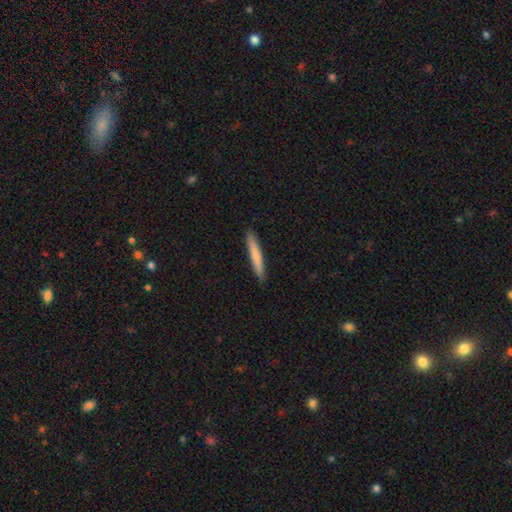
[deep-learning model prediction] Q: Smooth or featured?
A: smooth (77%); runner-up: featured or disk (18%)
Q: How rounded?
A: cigar-shaped (95%); runner-up: in between (4%)
Q: Merging?
A: none (91%); runner-up: minor disturbance (7%)